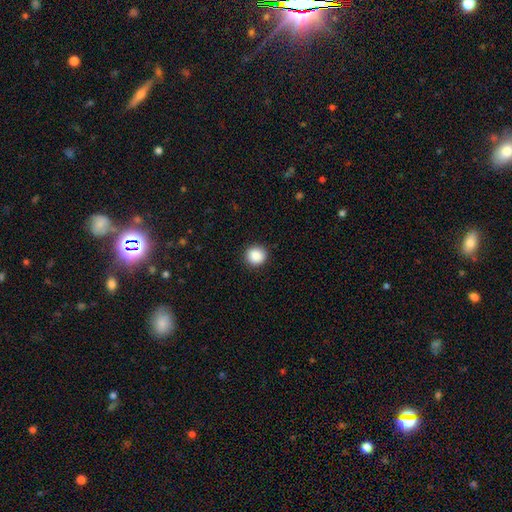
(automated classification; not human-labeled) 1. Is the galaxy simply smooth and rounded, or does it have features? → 89% smooth, 8% star or artifact, 3% featured or disk.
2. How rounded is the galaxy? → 93% round, 6% in between, 1% cigar-shaped.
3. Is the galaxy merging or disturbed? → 92% none, 6% minor disturbance, 2% major disturbance, 1% merger.